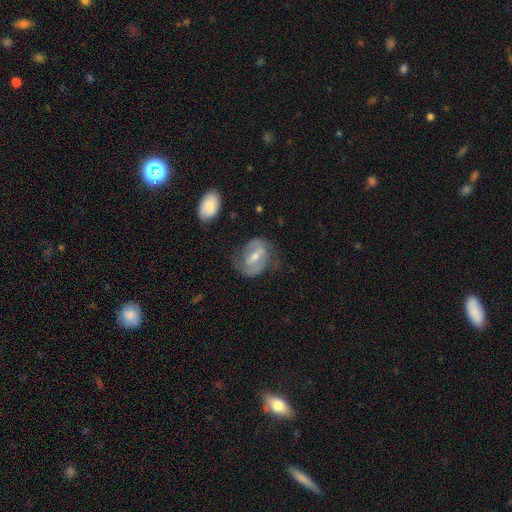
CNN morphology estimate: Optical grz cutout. It shows a featured or disk galaxy (66%) with a weak bar (41%), spiral arms (68%) and a moderate central bulge (55%). Merging: none (61%).